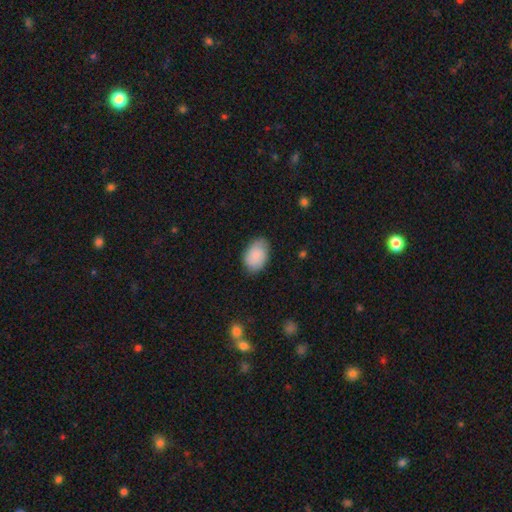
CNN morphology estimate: Smooth or featured? Predicted: smooth (p=0.84). How rounded? Predicted: in between (p=0.87). Merging? Predicted: none (p=0.75).